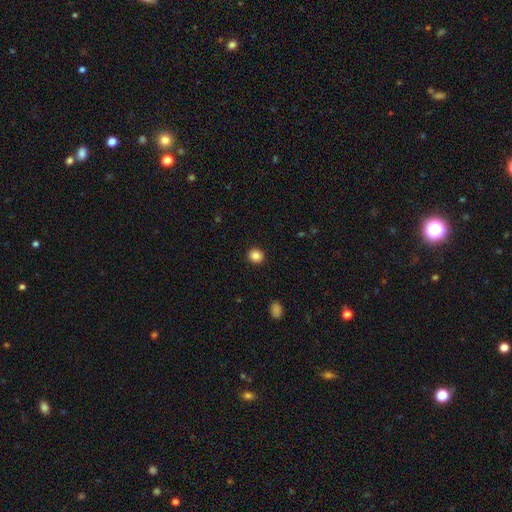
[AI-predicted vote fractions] Smooth or featured? Predicted: smooth (p=0.86). How rounded? Predicted: round (p=0.84). Merging? Predicted: none (p=0.92).